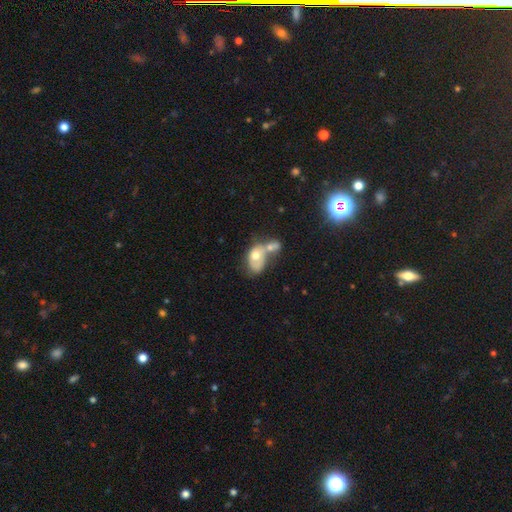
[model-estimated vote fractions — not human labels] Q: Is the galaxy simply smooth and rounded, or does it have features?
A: smooth — 62%.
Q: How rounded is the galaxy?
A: in between — 80%.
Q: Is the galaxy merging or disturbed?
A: merger — 70%.